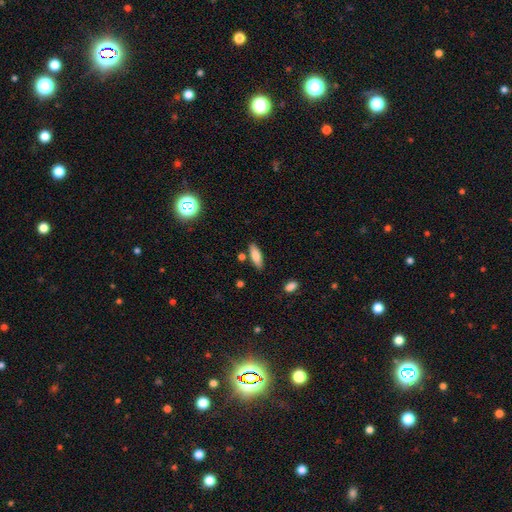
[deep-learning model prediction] Overall: smooth (80%). How rounded: in between (62%; cigar-shaped 36%). Merging: none (81%).